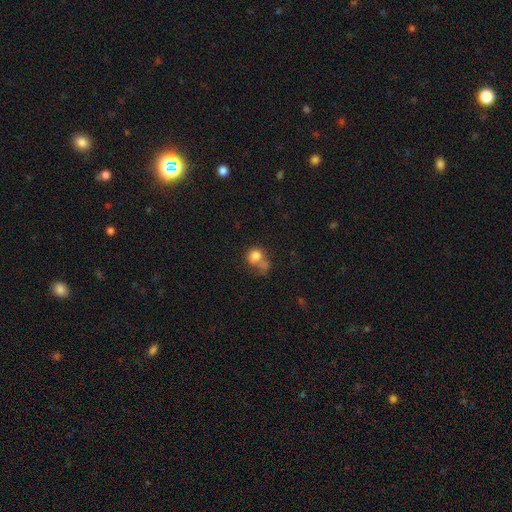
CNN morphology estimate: Q: Smooth or featured?
A: smooth (76%); runner-up: featured or disk (13%)
Q: How rounded?
A: round (71%); runner-up: in between (28%)
Q: Merging?
A: merger (36%); runner-up: none (31%)